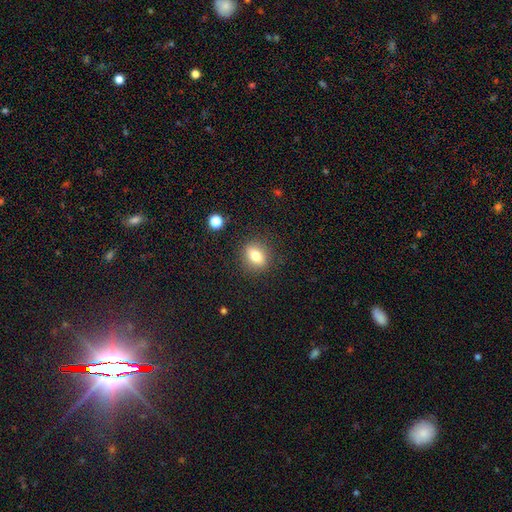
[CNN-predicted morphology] Q: Smooth or featured?
A: smooth (74%); runner-up: featured or disk (16%)
Q: How rounded?
A: in between (49%); runner-up: round (48%)
Q: Merging?
A: none (87%); runner-up: minor disturbance (9%)